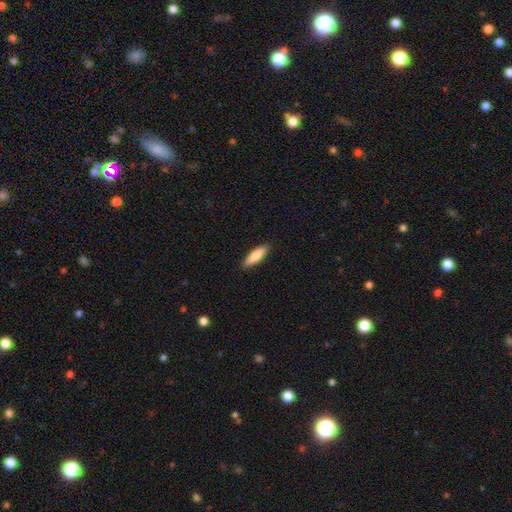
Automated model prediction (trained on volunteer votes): This is likely a smooth galaxy (78%). How rounded: likely cigar-shaped (64%). Merging: clearly none (90%).